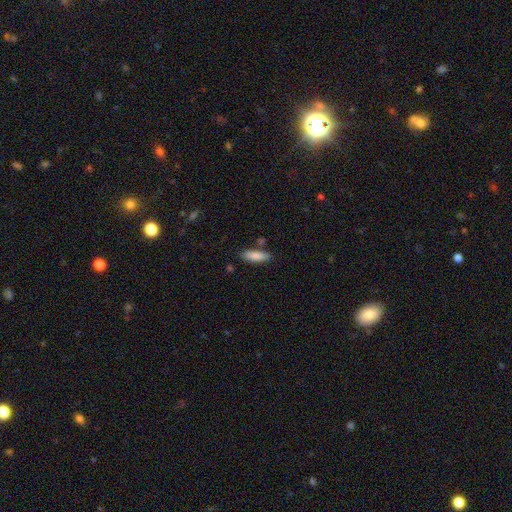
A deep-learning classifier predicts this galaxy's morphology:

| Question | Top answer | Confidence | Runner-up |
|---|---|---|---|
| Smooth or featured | smooth | 85% | featured or disk (8%) |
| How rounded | in between | 54% | cigar-shaped (44%) |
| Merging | none | 80% | minor disturbance (12%) |